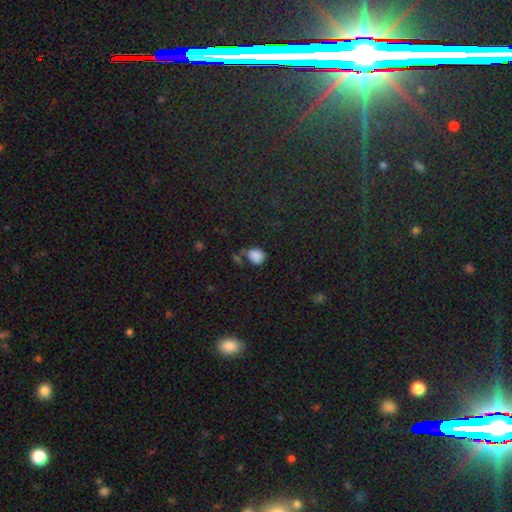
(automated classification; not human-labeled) This appears to be a smooth galaxy with no disk features (82%) that is in between round and cigar-shaped (53%). Merging: none (53%).